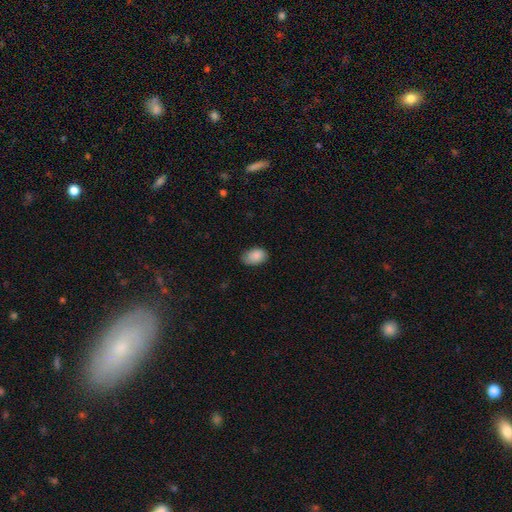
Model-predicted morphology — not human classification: Overall: smooth (88%). How rounded: in between (87%). Merging: none (69%).